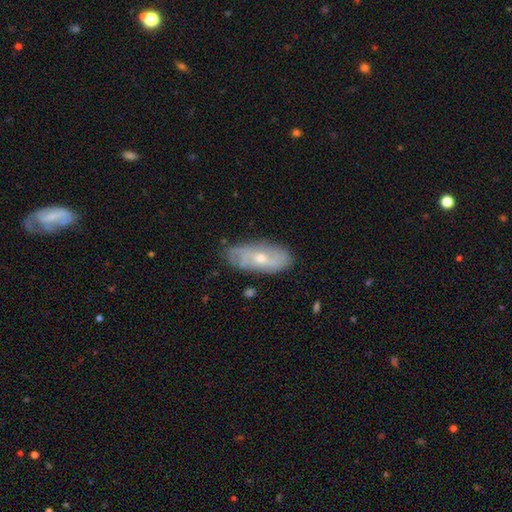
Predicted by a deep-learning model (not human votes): Morphology: type=featured or disk (54%); edge-on=no (80%); merging=none (77%).